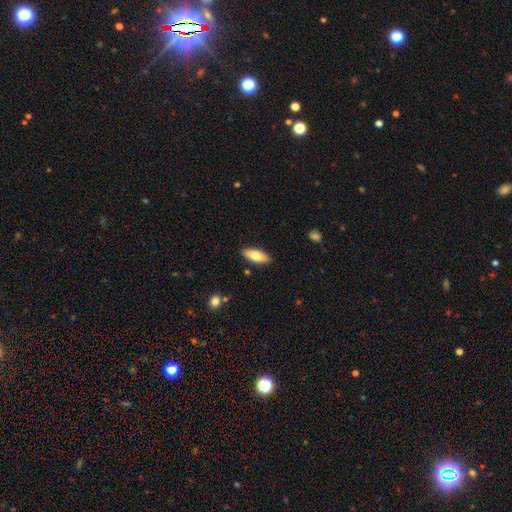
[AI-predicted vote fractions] The model was most divided on "how rounded": in between: 78%, cigar-shaped: 20%, round: 2%. More confident: merging — none (88%); smooth or featured — smooth (77%).